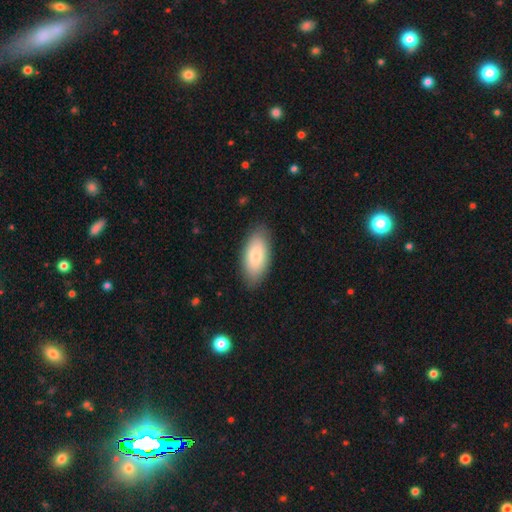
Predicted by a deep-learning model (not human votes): A smooth galaxy with no disk features (81%) that is in between round and cigar-shaped (92%). Merging: none (84%).